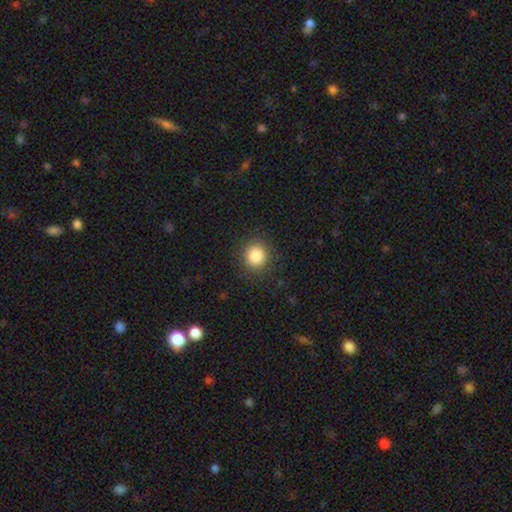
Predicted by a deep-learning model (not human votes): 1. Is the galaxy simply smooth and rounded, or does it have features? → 84% smooth, 11% star or artifact, 5% featured or disk.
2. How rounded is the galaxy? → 91% round, 8% in between, 1% cigar-shaped.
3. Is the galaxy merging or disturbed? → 90% none, 6% minor disturbance, 3% major disturbance, 1% merger.